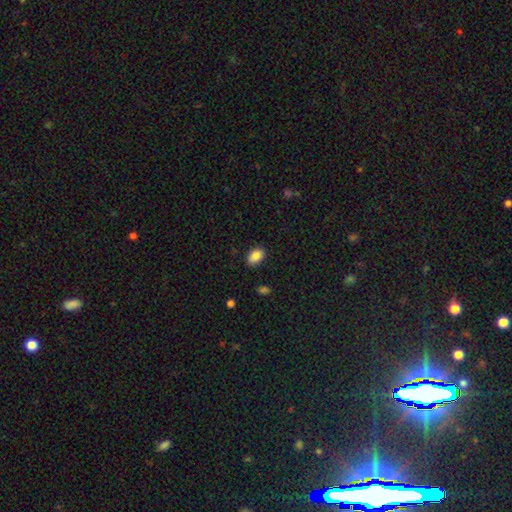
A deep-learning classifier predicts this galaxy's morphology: A smooth galaxy with no disk features (87%) that is in between round and cigar-shaped (87%).

Vote fractions:
- Smooth or featured? smooth: 87% / star or artifact: 8% / featured or disk: 5%
- How rounded? in between: 87% / round: 12% / cigar-shaped: 1%
- Merging? none: 85% / minor disturbance: 11% / major disturbance: 3% / merger: 1%